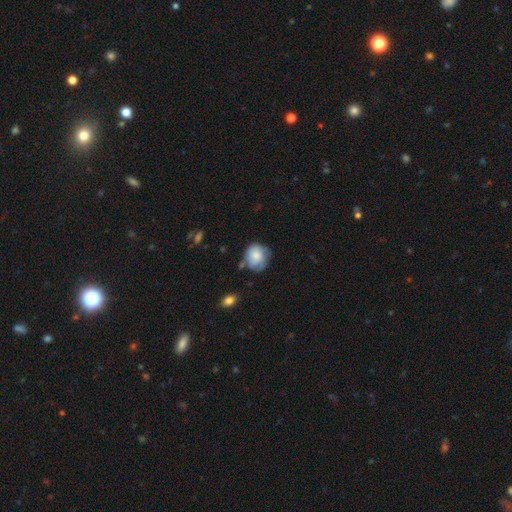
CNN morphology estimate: Smooth or featured?
  - smooth: 68% *
  - featured or disk: 25%
  - star or artifact: 7%
How rounded?
  - round: 79% *
  - in between: 21%
  - cigar-shaped: 1%
Merging?
  - none: 56% *
  - minor disturbance: 30%
  - major disturbance: 10%
  - merger: 4%